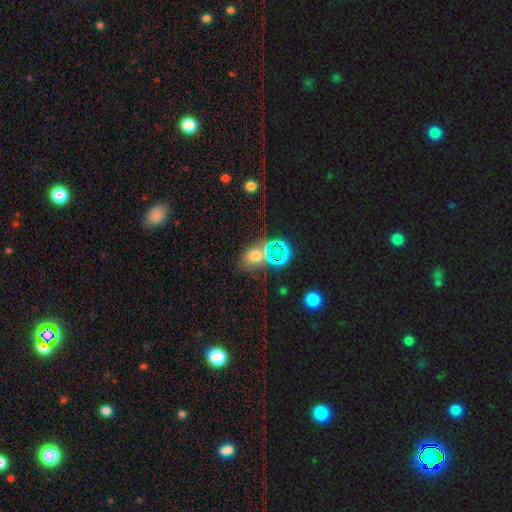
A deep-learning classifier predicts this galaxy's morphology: Smooth or featured: smooth — 56% (star or artifact — 34%)
How rounded: in between — 54% (round — 44%)
Merging: none — 63% (merger — 19%)